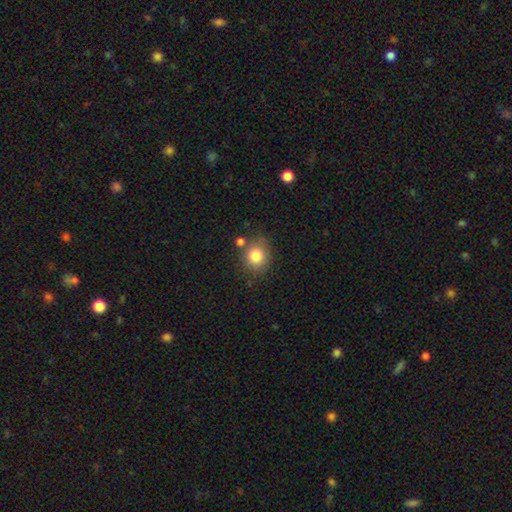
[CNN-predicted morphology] smooth 82%, star or artifact 10%, featured or disk 8%. Down the decision tree: how rounded — round (74%); merging — none (73%).